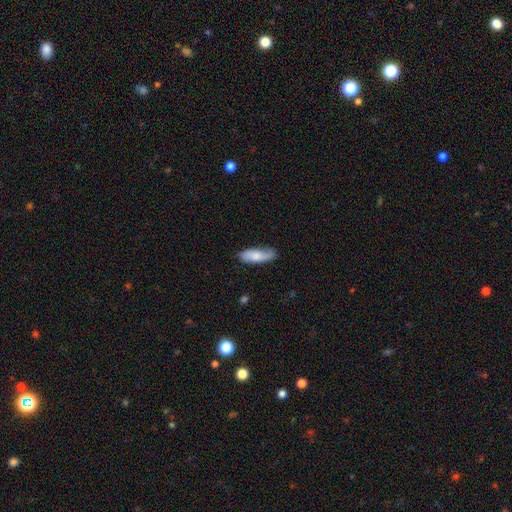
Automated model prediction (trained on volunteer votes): A smooth galaxy with no disk features (75%) that is in between round and cigar-shaped (59%).

Vote fractions:
- Smooth or featured? smooth: 75% / featured or disk: 20% / star or artifact: 6%
- How rounded? in between: 59% / cigar-shaped: 39% / round: 2%
- Merging? none: 75% / minor disturbance: 20% / major disturbance: 4% / merger: 2%